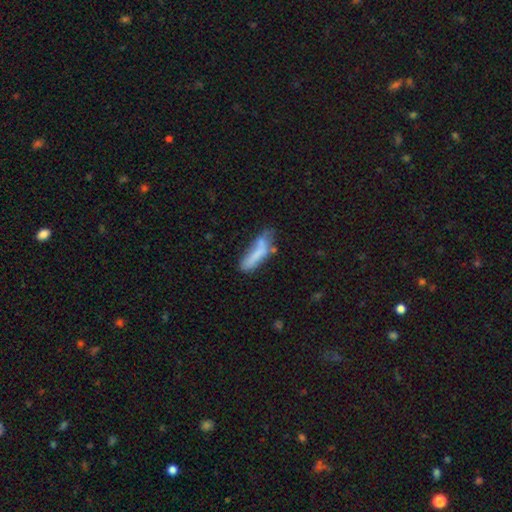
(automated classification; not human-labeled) Smooth or featured? smooth (68%)
How rounded? cigar-shaped (60%)
Merging? none (38%)